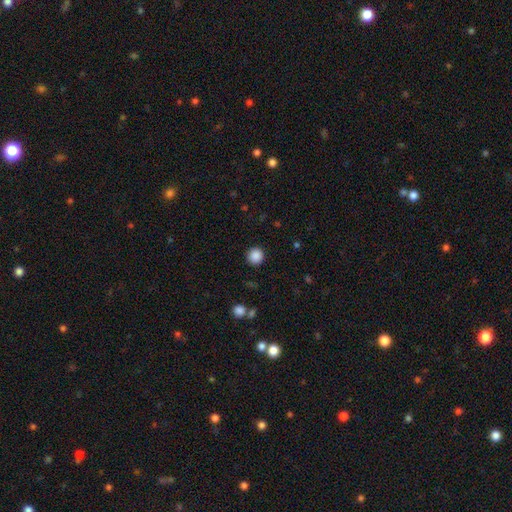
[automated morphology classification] Smooth or featured: smooth — 88% (star or artifact — 10%)
How rounded: round — 94% (in between — 5%)
Merging: none — 91% (minor disturbance — 5%)